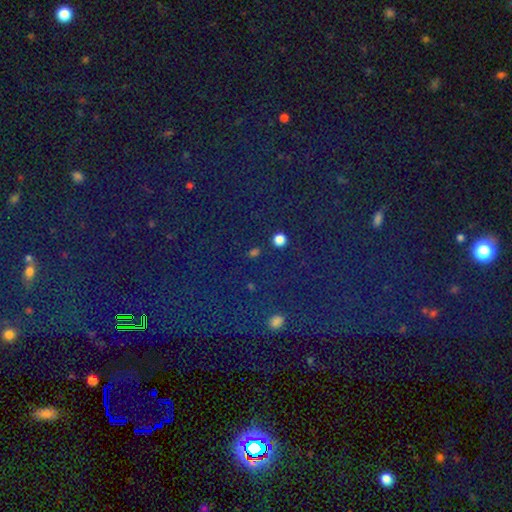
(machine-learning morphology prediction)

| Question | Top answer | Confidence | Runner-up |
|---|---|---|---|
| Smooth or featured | star or artifact | 78% | smooth (14%) |